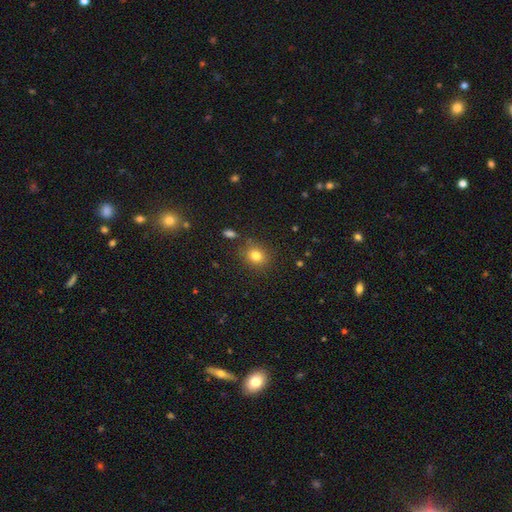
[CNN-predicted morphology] Smooth or featured?
  - smooth: 81% *
  - star or artifact: 12%
  - featured or disk: 7%
How rounded?
  - round: 71% *
  - in between: 28%
  - cigar-shaped: 1%
Merging?
  - none: 83% *
  - minor disturbance: 10%
  - major disturbance: 3%
  - merger: 3%